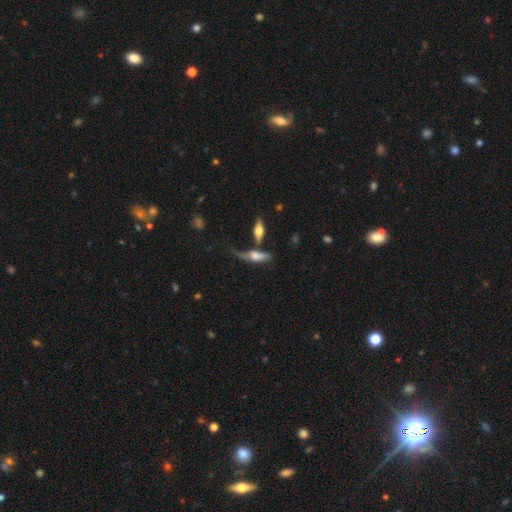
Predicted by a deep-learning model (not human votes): Smooth or featured: featured or disk — 49% (smooth — 43%)
Merging: none — 32% (merger — 28%)